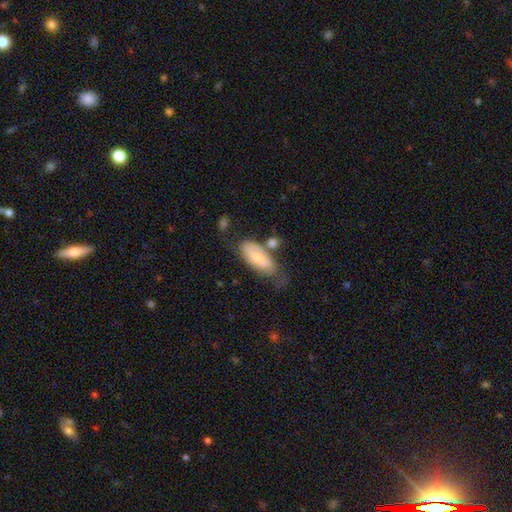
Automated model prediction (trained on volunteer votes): A smooth galaxy with no disk features (64%) that is in between round and cigar-shaped (80%). Merging: none (44%).